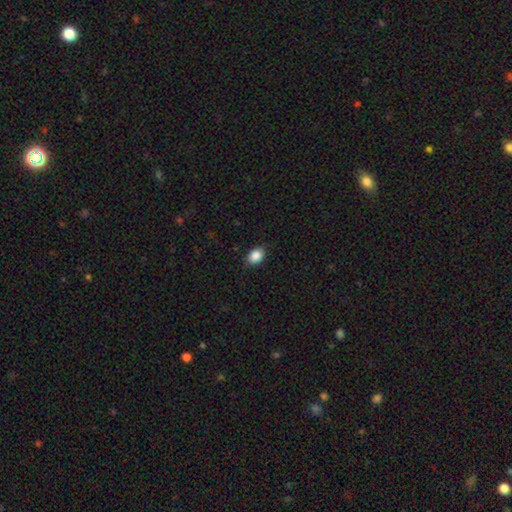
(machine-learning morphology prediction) This appears to be a smooth galaxy with no disk features (88%) that is in between round and cigar-shaped (72%). Merging: none (84%).